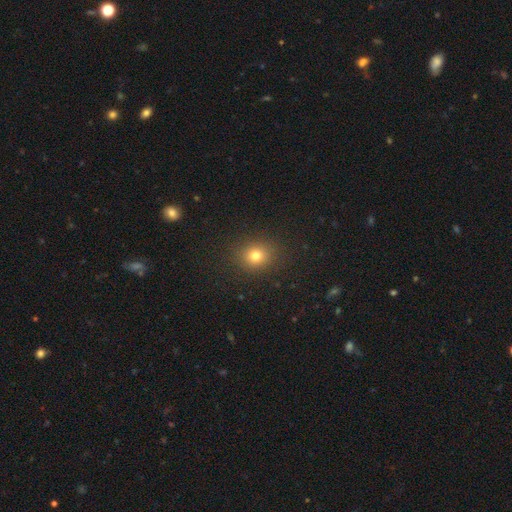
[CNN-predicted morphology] type=smooth (77%); roundness=round (72%); merging=none (88%).